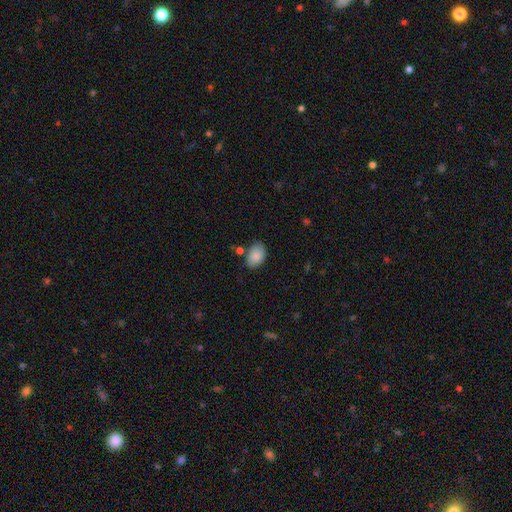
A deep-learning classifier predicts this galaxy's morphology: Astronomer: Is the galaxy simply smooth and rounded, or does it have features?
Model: smooth — 87%.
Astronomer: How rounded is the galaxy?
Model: in between — 86%.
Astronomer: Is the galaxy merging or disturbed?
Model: none — 73%.